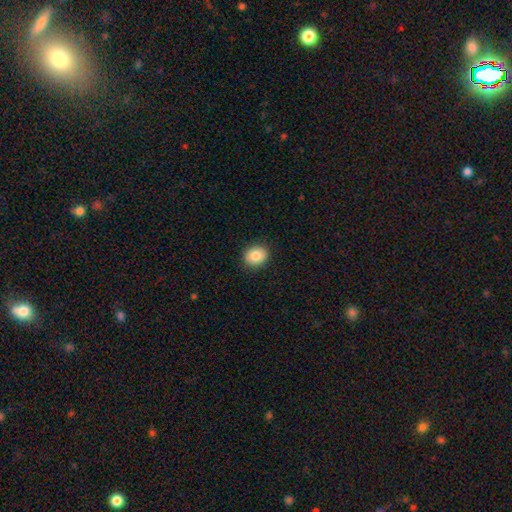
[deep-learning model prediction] smooth-or-featured: smooth: 85% | star or artifact: 9% | featured or disk: 7%
  how-rounded: round: 65% | in between: 35% | cigar-shaped: 1%
  merging: none: 90% | minor disturbance: 7% | major disturbance: 2% | merger: 1%